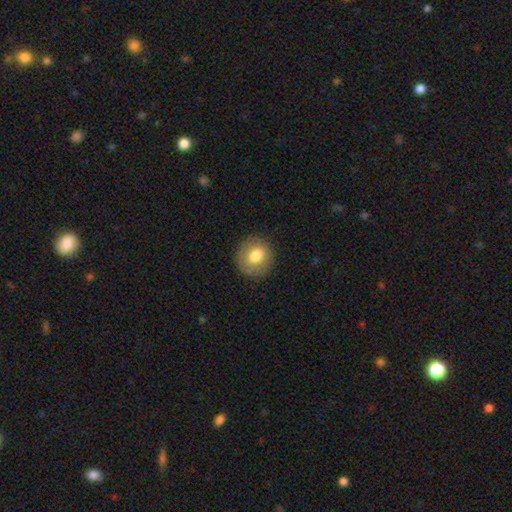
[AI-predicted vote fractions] Morphology: type=smooth (75%); roundness=round (89%); merging=none (87%).